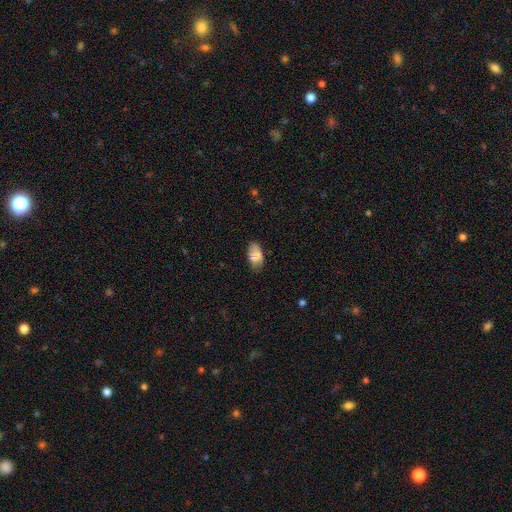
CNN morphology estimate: smooth_or_featured: smooth (p=0.77) [alt: featured or disk p=0.15]
how_rounded: in between (p=0.93) [alt: round p=0.05]
merging: none (p=0.64) [alt: minor disturbance p=0.27]